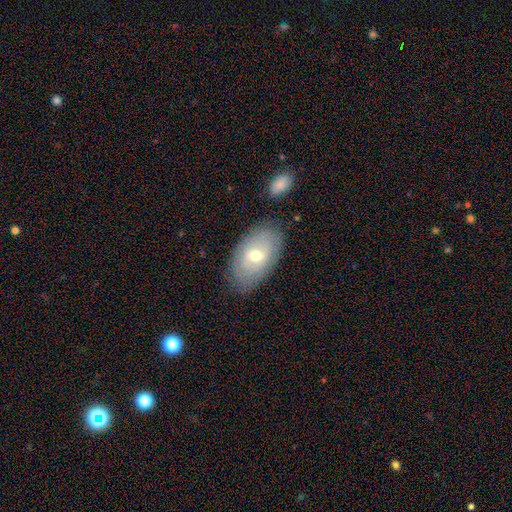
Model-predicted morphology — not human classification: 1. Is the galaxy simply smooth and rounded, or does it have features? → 48% smooth, 45% featured or disk, 7% star or artifact.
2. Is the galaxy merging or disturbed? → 79% none, 15% minor disturbance, 4% major disturbance, 2% merger.